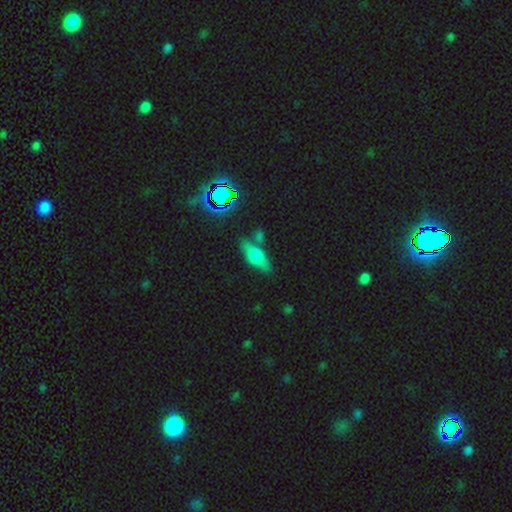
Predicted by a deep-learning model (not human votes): Smooth or featured? smooth (49%)
Merging? none (67%)